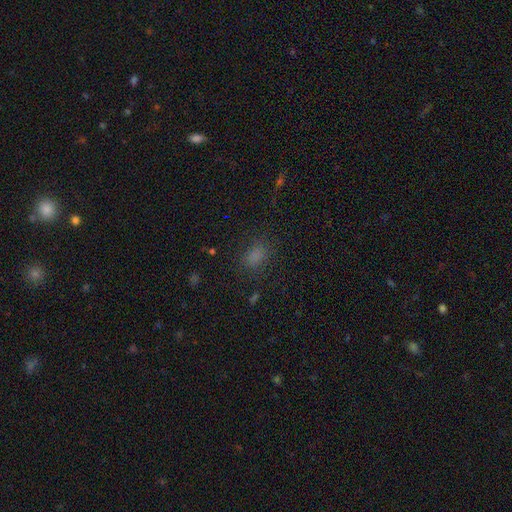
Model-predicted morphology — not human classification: Smooth or featured?
  - smooth: 77% *
  - star or artifact: 18%
  - featured or disk: 5%
How rounded?
  - in between: 73% *
  - round: 25%
  - cigar-shaped: 2%
Merging?
  - none: 79% *
  - minor disturbance: 13%
  - major disturbance: 6%
  - merger: 1%